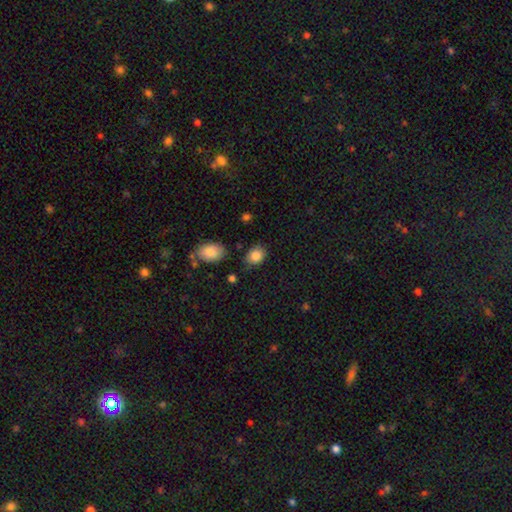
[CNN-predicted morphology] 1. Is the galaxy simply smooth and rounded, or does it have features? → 85% smooth, 8% star or artifact, 6% featured or disk.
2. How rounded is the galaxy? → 64% in between, 35% round, 1% cigar-shaped.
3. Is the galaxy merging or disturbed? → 74% none, 19% minor disturbance, 4% major disturbance, 3% merger.